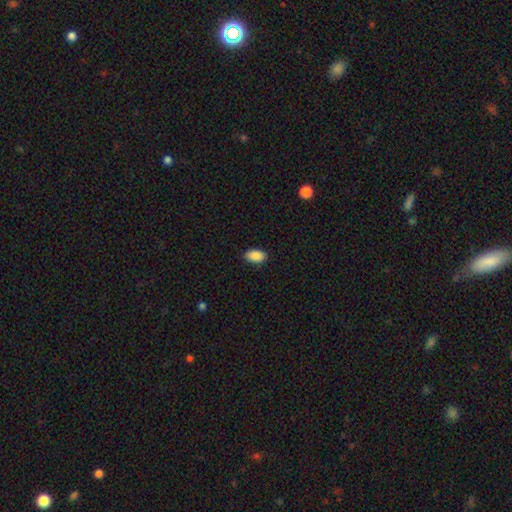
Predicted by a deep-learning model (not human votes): smooth 89%, star or artifact 7%, featured or disk 4%. Down the decision tree: how rounded — in between (93%); merging — none (87%).